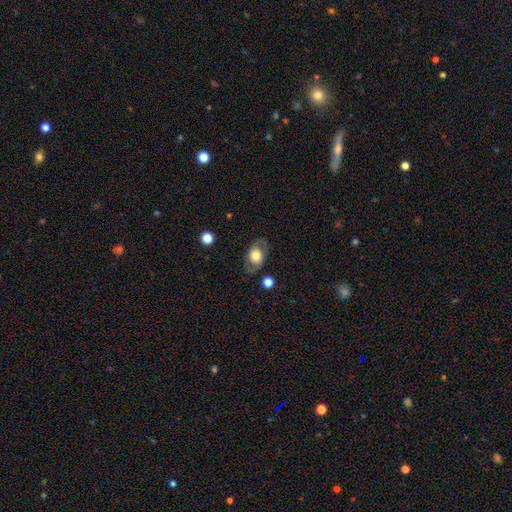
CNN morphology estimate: The model was most divided on "smooth or featured": smooth: 48%, featured or disk: 44%, star or artifact: 8%. More confident: merging — none (77%).